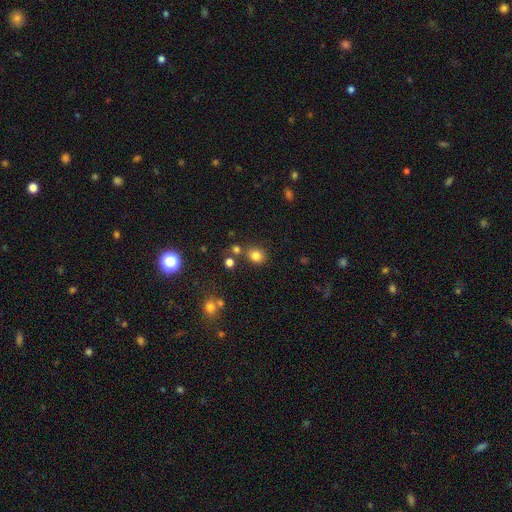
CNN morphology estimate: The model was most divided on "how rounded": round: 77%, in between: 22%, cigar-shaped: 1%. More confident: smooth or featured — smooth (80%); merging — none (76%).